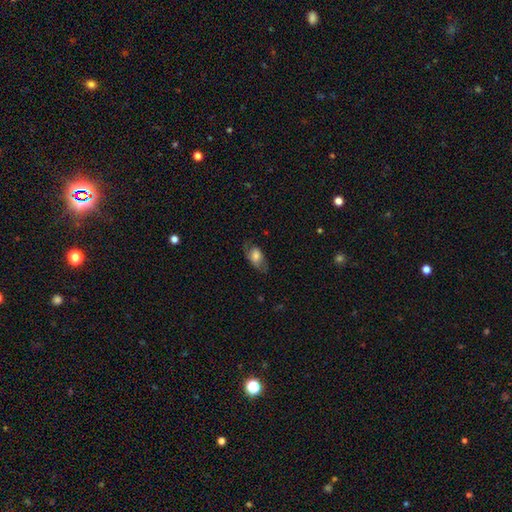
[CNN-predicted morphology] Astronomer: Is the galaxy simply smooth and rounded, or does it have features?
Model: smooth — 63%.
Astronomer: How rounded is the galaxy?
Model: in between — 87%.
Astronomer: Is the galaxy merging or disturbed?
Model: none — 60%.